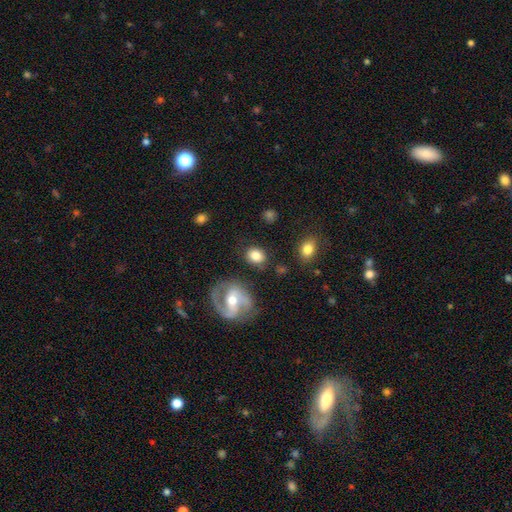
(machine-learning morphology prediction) This appears to be a smooth galaxy with no disk features (74%) that is round (52%). Merging: none (77%).